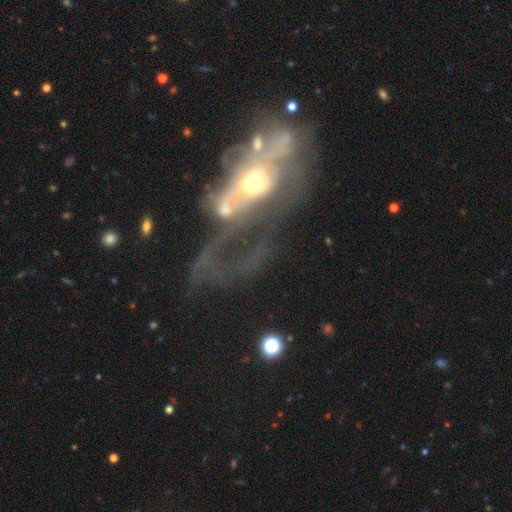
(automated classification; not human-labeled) featured or disk 73%, smooth 15%, star or artifact 12%. Down the decision tree: edge-on disk — no (92%); bar — no (70%); spiral arms — no (52%); bulge size — moderate (55%); merging — major disturbance (46%).